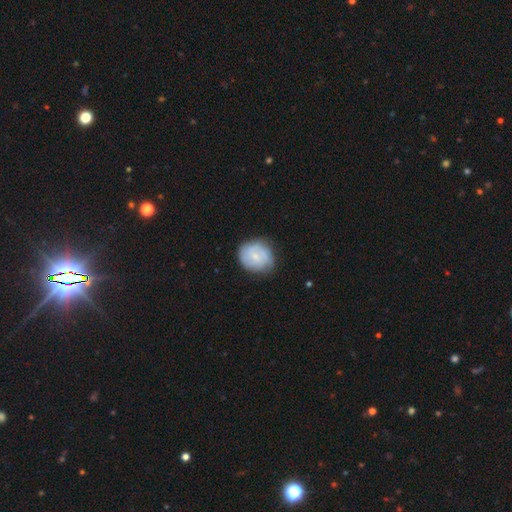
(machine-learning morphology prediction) type=smooth (56%); roundness=round (79%); merging=none (73%).